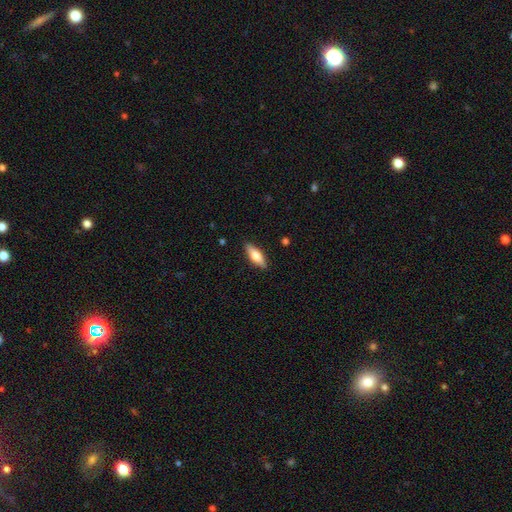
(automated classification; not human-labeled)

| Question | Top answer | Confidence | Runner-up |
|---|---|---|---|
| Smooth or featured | smooth | 58% | featured or disk (36%) |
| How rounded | in between | 57% | cigar-shaped (41%) |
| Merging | none | 88% | minor disturbance (9%) |